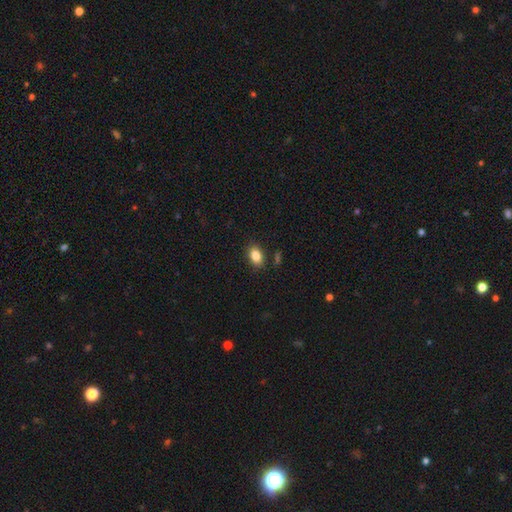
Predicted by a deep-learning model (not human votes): Smooth or featured? Predicted: smooth (p=0.85). How rounded? Predicted: in between (p=0.85). Merging? Predicted: none (p=0.86).